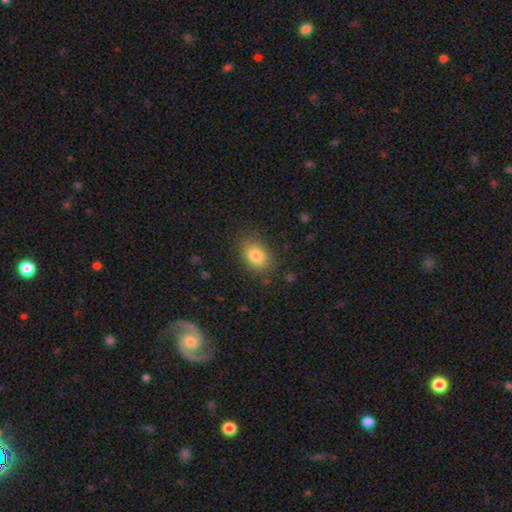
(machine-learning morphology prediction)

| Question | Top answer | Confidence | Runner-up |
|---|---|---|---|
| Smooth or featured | smooth | 82% | star or artifact (9%) |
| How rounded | in between | 70% | round (29%) |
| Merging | none | 83% | minor disturbance (12%) |